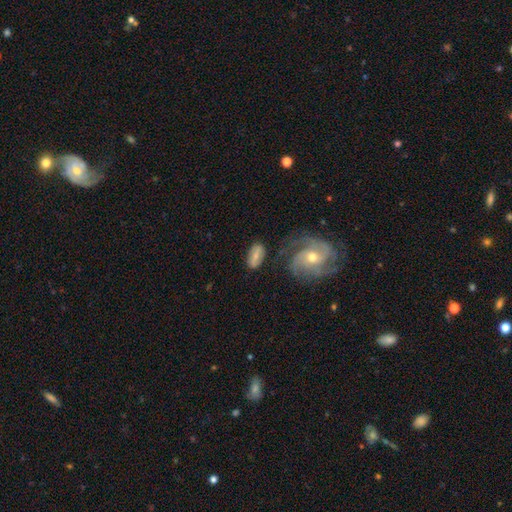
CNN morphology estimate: Smooth or featured? Predicted: smooth (p=0.55). How rounded? Predicted: in between (p=0.89). Merging? Predicted: none (p=0.66).